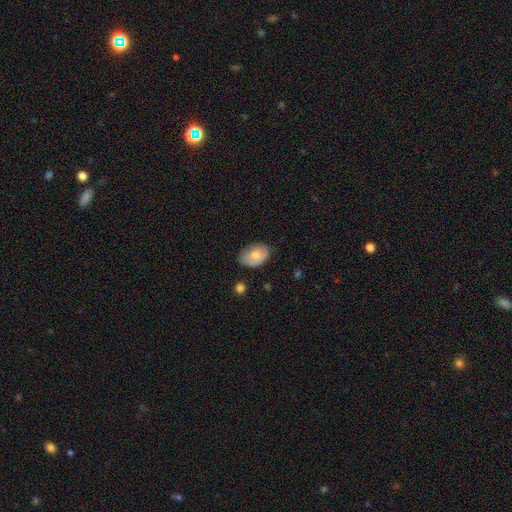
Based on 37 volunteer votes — Morphology: type=smooth (70%); roundness=in between (88%); merging=none (62%).